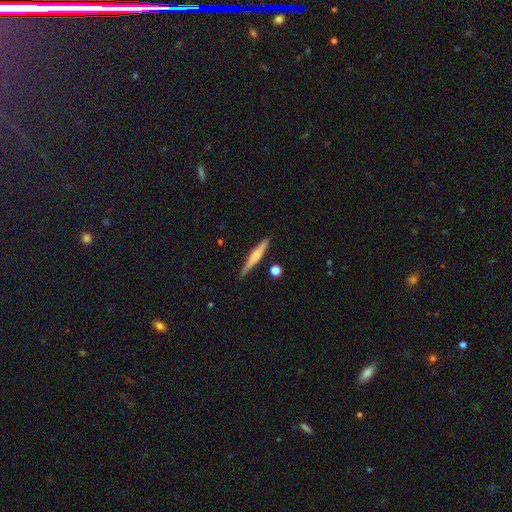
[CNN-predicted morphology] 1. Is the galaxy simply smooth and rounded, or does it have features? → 49% featured or disk, 45% smooth, 6% star or artifact.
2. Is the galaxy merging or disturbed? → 86% none, 10% minor disturbance, 3% merger, 2% major disturbance.